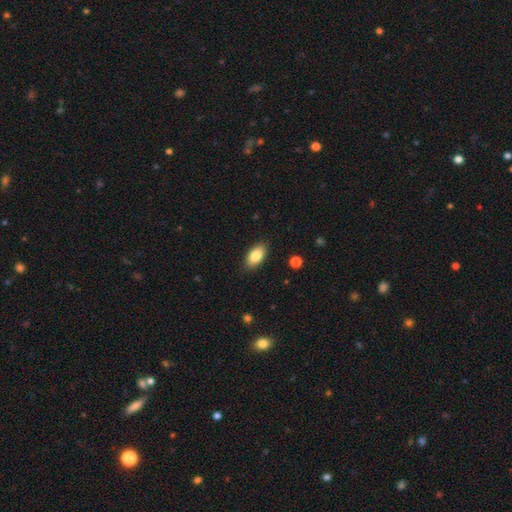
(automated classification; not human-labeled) smooth-or-featured: smooth: 85% | featured or disk: 8% | star or artifact: 7%
  how-rounded: in between: 93% | cigar-shaped: 4% | round: 4%
  merging: none: 87% | minor disturbance: 10% | major disturbance: 2% | merger: 1%